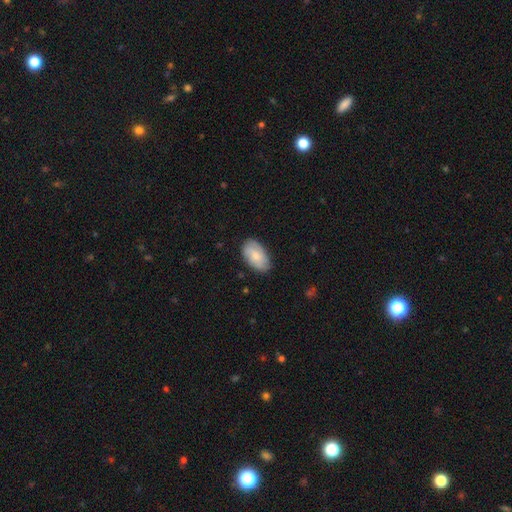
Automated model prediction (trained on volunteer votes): A smooth galaxy with no disk features (67%) that is in between round and cigar-shaped (93%). Merging: none (76%).